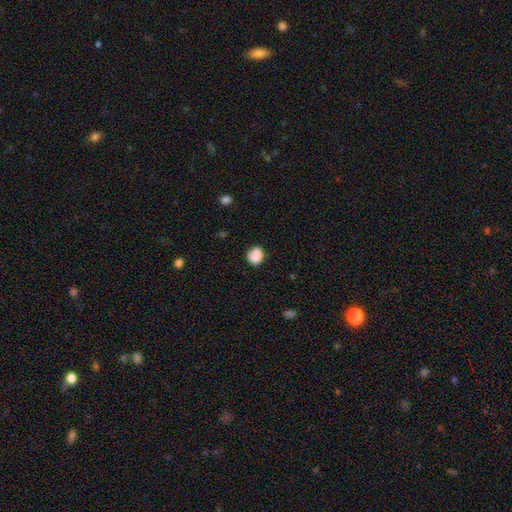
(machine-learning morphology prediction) The model was most divided on "merging": none: 63%, minor disturbance: 23%, major disturbance: 8%, merger: 6%. More confident: smooth or featured — smooth (78%); how rounded — round (71%).